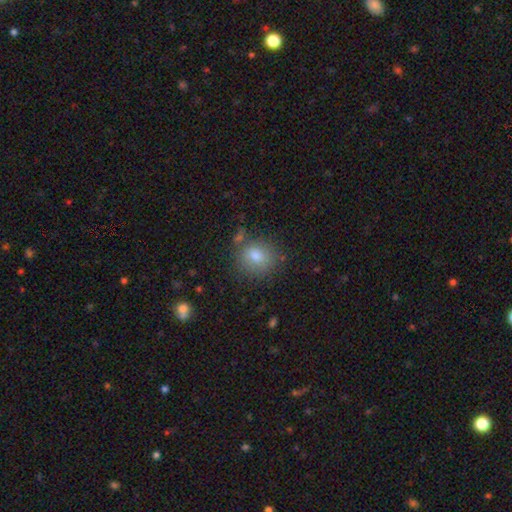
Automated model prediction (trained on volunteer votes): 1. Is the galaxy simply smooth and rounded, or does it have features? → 79% smooth, 12% star or artifact, 9% featured or disk.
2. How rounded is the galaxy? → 77% round, 22% in between, 1% cigar-shaped.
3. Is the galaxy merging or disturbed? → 78% none, 12% minor disturbance, 6% merger, 4% major disturbance.